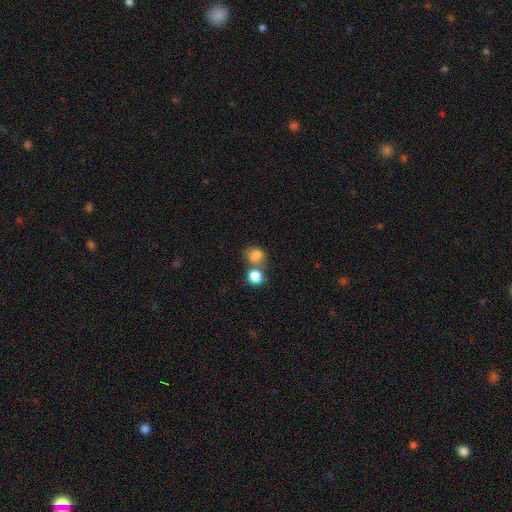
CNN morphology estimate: smooth-or-featured: smooth: 78% | star or artifact: 12% | featured or disk: 9%
  how-rounded: round: 65% | in between: 34% | cigar-shaped: 1%
  merging: merger: 40% | none: 39% | minor disturbance: 13% | major disturbance: 8%